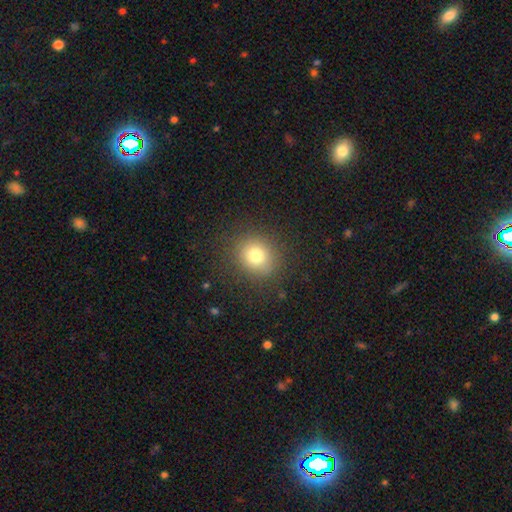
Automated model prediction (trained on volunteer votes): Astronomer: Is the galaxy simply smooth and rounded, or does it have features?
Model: smooth — 77%.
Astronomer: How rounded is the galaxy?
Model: round — 79%.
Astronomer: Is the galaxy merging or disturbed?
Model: none — 87%.